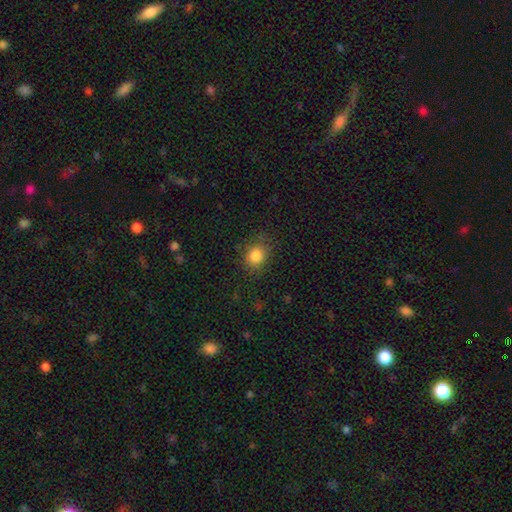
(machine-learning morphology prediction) This appears to be a smooth galaxy with no disk features (84%) that is round (68%). Merging: none (81%).